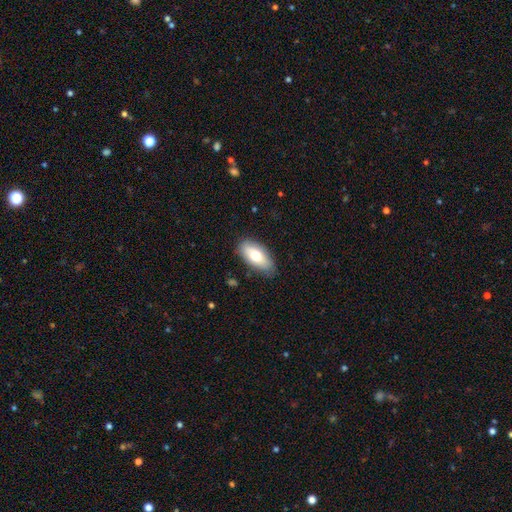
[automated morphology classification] Smooth or featured? smooth (69%)
How rounded? in between (89%)
Merging? none (80%)